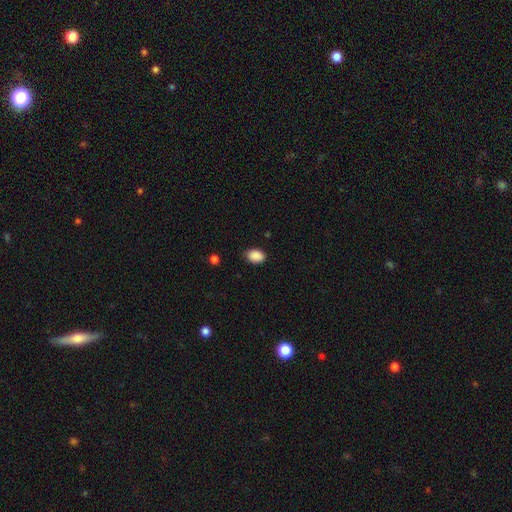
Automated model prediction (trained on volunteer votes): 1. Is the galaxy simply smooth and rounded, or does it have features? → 89% smooth, 8% star or artifact, 3% featured or disk.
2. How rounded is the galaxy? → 80% in between, 19% round, 1% cigar-shaped.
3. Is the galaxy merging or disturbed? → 82% none, 14% minor disturbance, 3% major disturbance, 1% merger.